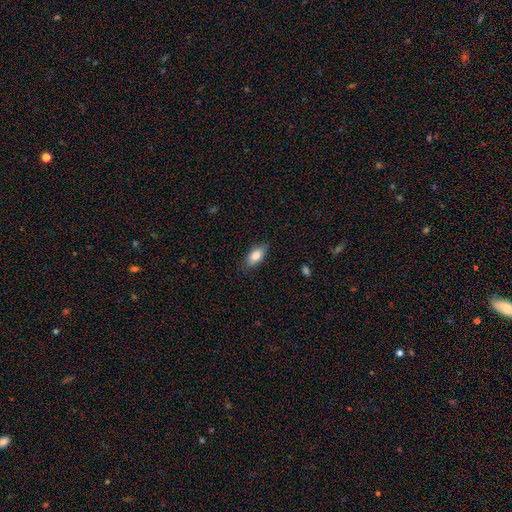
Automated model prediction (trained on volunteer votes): This appears to be a smooth galaxy with no disk features (82%) that is in between round and cigar-shaped (87%). Merging: none (83%).